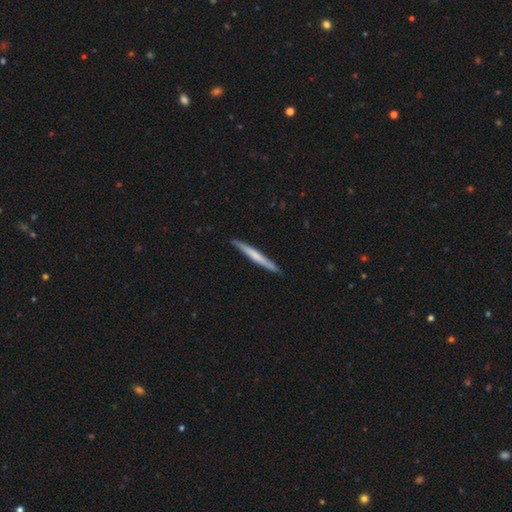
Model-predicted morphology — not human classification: A smooth galaxy with no disk features (53%) that is cigar-shaped (97%). Merging: none (91%).